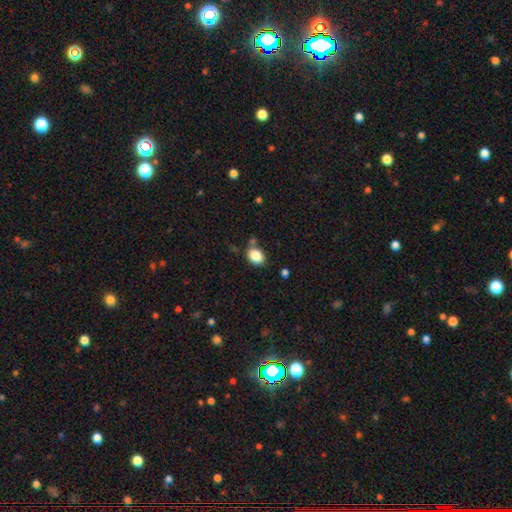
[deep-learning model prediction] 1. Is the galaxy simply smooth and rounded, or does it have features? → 85% smooth, 9% star or artifact, 6% featured or disk.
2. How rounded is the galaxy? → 68% in between, 31% round, 1% cigar-shaped.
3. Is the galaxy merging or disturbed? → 68% none, 17% minor disturbance, 10% merger, 4% major disturbance.